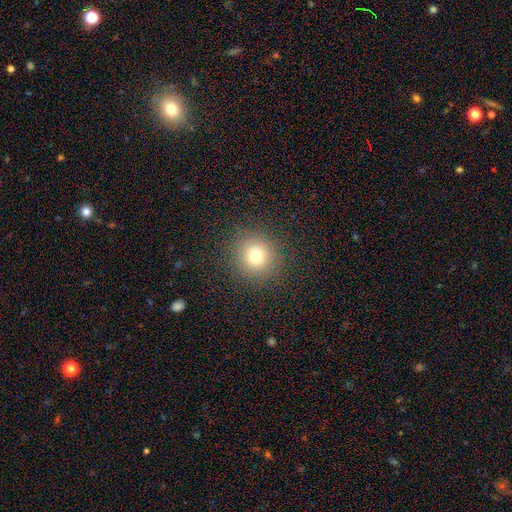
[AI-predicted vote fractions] smooth-or-featured: smooth: 76% | star or artifact: 15% | featured or disk: 9%
  how-rounded: round: 92% | in between: 7% | cigar-shaped: 1%
  merging: none: 89% | minor disturbance: 6% | major disturbance: 3% | merger: 1%